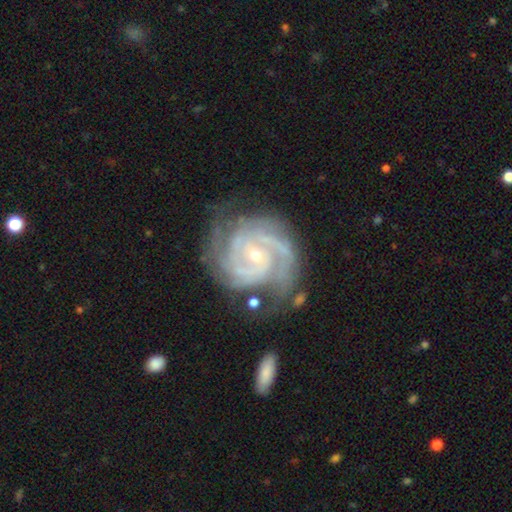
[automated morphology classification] A featured or disk galaxy (91%) with no bar (56%), 2 (32%) tight (65%) spiral arms (98%) and a small central bulge (69%). Merging: none (65%).